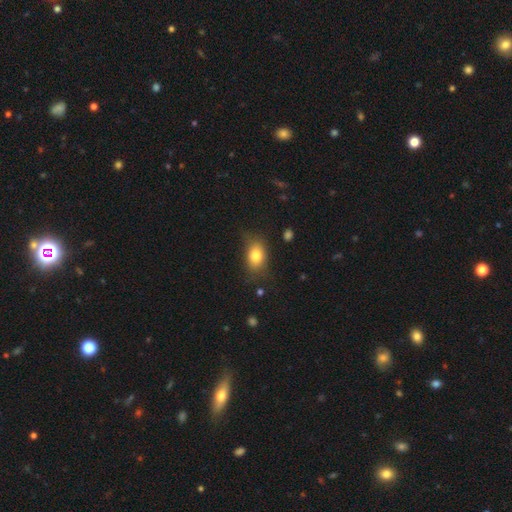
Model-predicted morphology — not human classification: smooth-or-featured: smooth: 80% | featured or disk: 11% | star or artifact: 9%
  how-rounded: in between: 78% | round: 20% | cigar-shaped: 2%
  merging: none: 67% | minor disturbance: 23% | major disturbance: 8% | merger: 2%